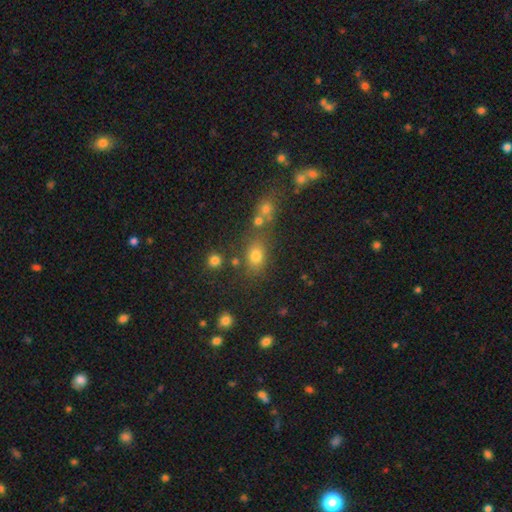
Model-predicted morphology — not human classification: Q: Smooth or featured?
A: smooth (70%); runner-up: star or artifact (21%)
Q: How rounded?
A: in between (58%); runner-up: round (40%)
Q: Merging?
A: none (66%); runner-up: merger (16%)